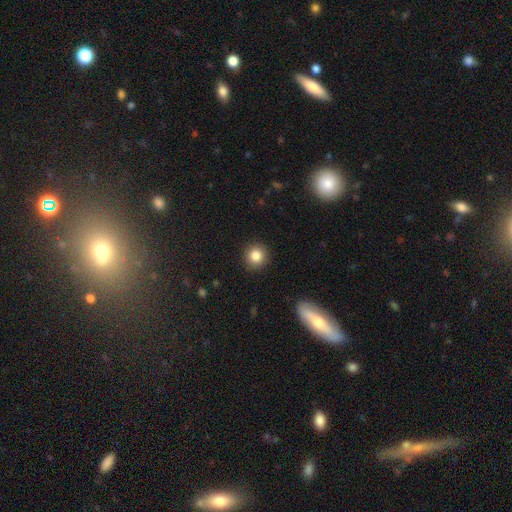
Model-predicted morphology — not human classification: This appears to be a smooth galaxy with no disk features (84%) that is round (93%). Merging: none (91%).